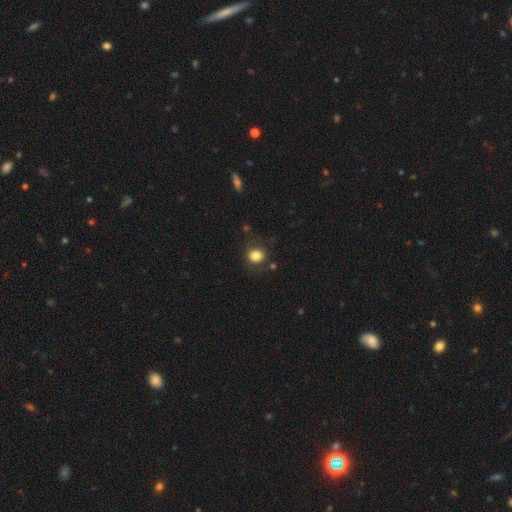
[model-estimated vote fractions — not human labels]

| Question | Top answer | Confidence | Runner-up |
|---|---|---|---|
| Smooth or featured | smooth | 81% | star or artifact (10%) |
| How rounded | round | 67% | in between (32%) |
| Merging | none | 78% | minor disturbance (14%) |